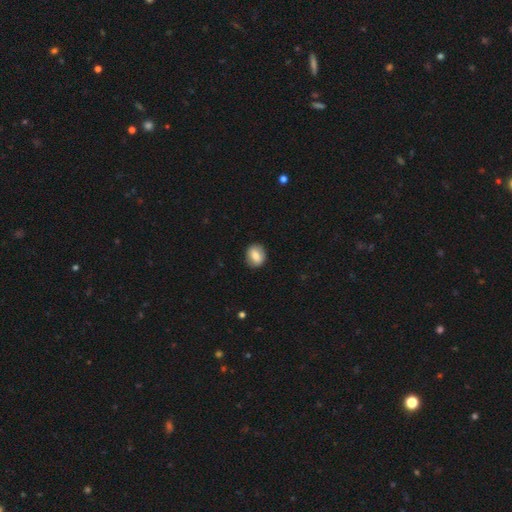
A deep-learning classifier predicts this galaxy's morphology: Overall: smooth (76%). How rounded: round (51%; in between 47%). Merging: none (86%).